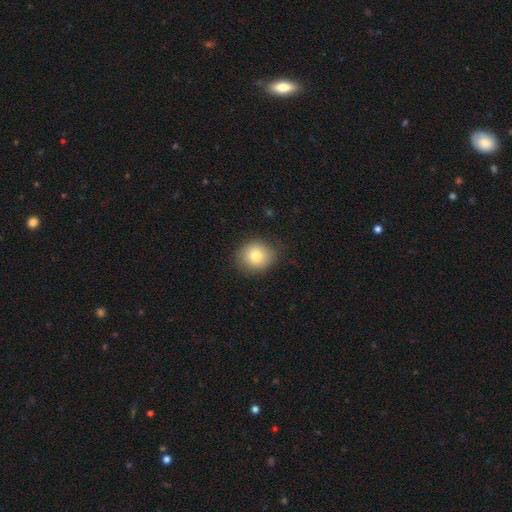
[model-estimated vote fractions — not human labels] smooth-or-featured: smooth: 79% | featured or disk: 11% | star or artifact: 10%
  how-rounded: round: 83% | in between: 16% | cigar-shaped: 1%
  merging: none: 84% | minor disturbance: 12% | major disturbance: 3% | merger: 1%